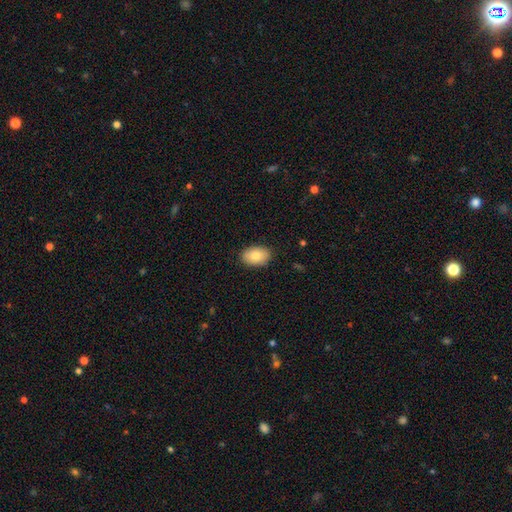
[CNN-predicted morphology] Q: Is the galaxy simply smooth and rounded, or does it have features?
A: smooth — 83%.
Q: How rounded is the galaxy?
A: in between — 87%.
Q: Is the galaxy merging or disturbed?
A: none — 88%.